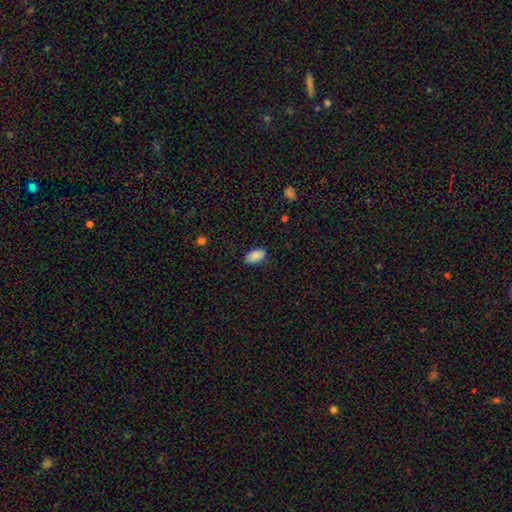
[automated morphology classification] Smooth or featured?
  - smooth: 87% *
  - star or artifact: 7%
  - featured or disk: 6%
How rounded?
  - in between: 94% *
  - round: 4%
  - cigar-shaped: 2%
Merging?
  - none: 84% *
  - minor disturbance: 12%
  - major disturbance: 3%
  - merger: 1%